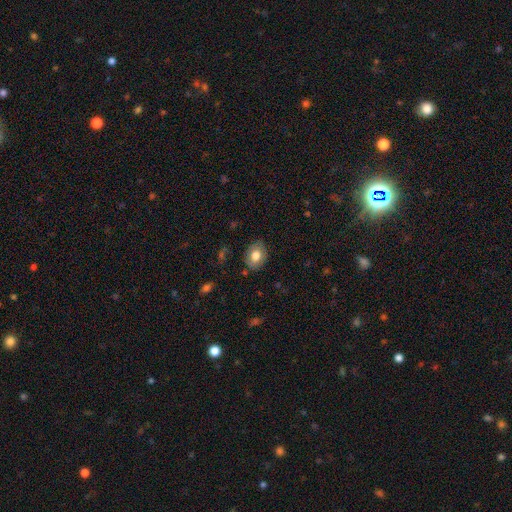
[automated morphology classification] Smooth or featured? smooth (76%)
How rounded? in between (66%)
Merging? none (83%)